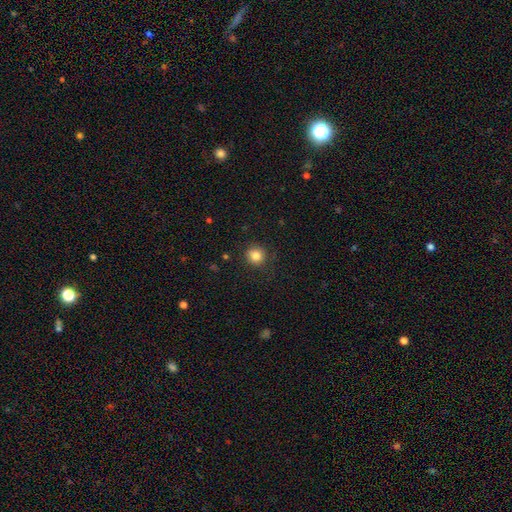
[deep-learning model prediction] smooth-or-featured: smooth: 83% | star or artifact: 12% | featured or disk: 5%
  how-rounded: round: 89% | in between: 10% | cigar-shaped: 1%
  merging: none: 86% | minor disturbance: 10% | major disturbance: 3% | merger: 1%